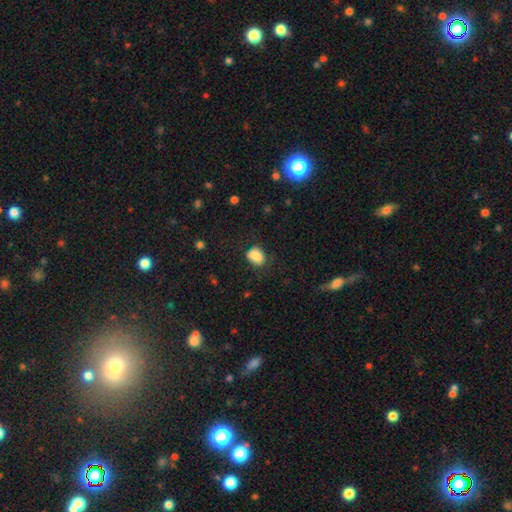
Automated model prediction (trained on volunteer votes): A smooth galaxy with no disk features (84%) that is in between round and cigar-shaped (61%). Merging: none (62%).